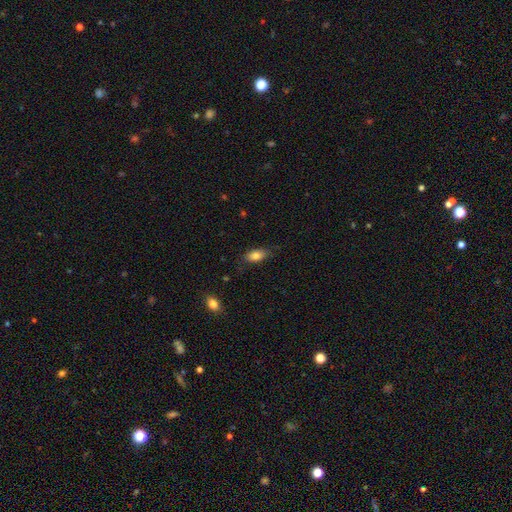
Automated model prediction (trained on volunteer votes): Smooth or featured?
  - smooth: 81% *
  - featured or disk: 11%
  - star or artifact: 8%
How rounded?
  - in between: 89% *
  - cigar-shaped: 6%
  - round: 5%
Merging?
  - none: 78% *
  - minor disturbance: 17%
  - major disturbance: 3%
  - merger: 1%